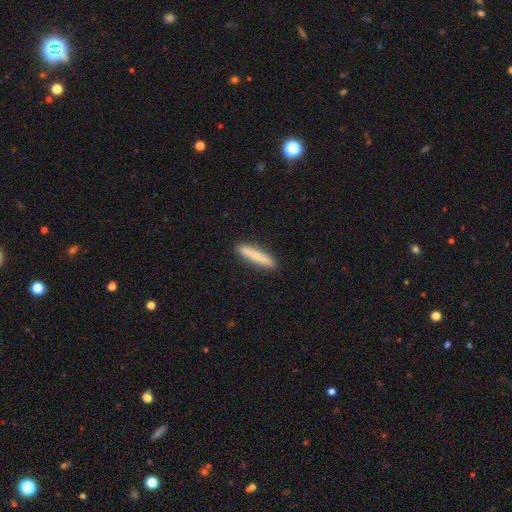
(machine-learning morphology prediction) smooth 77%, featured or disk 17%, star or artifact 6%. Down the decision tree: how rounded — cigar-shaped (92%); merging — none (91%).